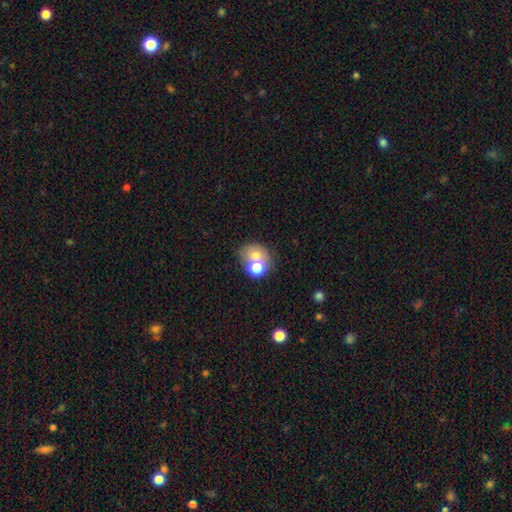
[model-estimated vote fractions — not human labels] smooth-or-featured: smooth: 65% | featured or disk: 21% | star or artifact: 15%
  how-rounded: round: 64% | in between: 35% | cigar-shaped: 1%
  merging: merger: 45% | none: 39% | minor disturbance: 10% | major disturbance: 6%